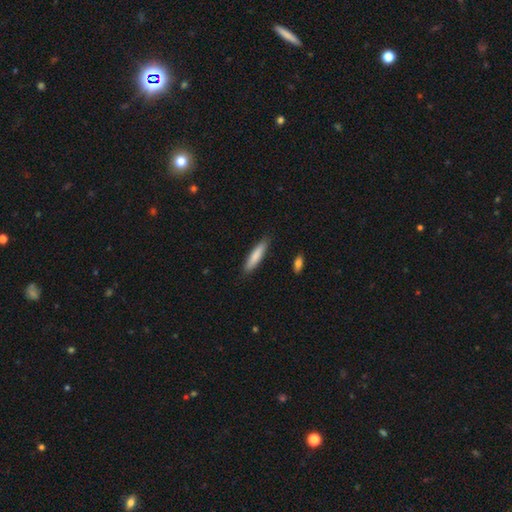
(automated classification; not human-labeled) A smooth galaxy with no disk features (82%) that is cigar-shaped (82%). Merging: none (87%).